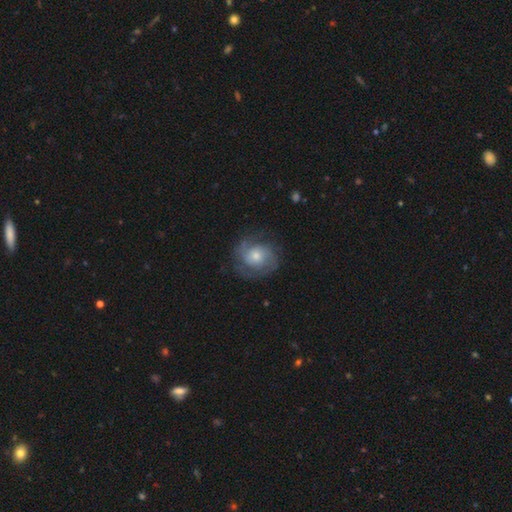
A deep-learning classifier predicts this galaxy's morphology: Smooth or featured: featured or disk — 68% (smooth — 25%)
Edge-on disk: no — 97% (yes — 3%)
Bar: no — 75% (weak — 21%)
Spiral arms: yes — 88% (no — 12%)
Spiral winding: medium — 43% (tight — 41%)
Spiral arm count: 2 — 58% (can't tell — 20%)
Bulge size: moderate — 47% (small — 43%)
Merging: none — 69% (minor disturbance — 18%)